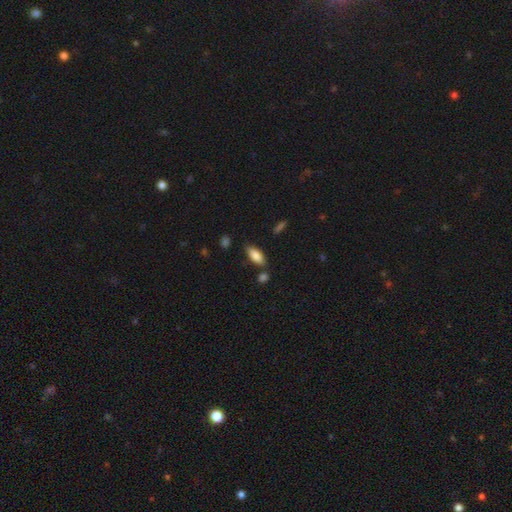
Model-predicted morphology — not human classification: The model was most divided on "merging": none: 77%, minor disturbance: 14%, merger: 6%, major disturbance: 3%. More confident: smooth or featured — smooth (84%); how rounded — in between (83%).